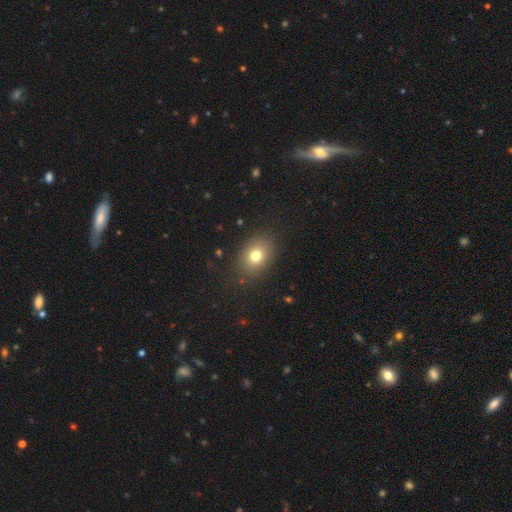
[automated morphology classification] Smooth or featured: smooth — 76% (featured or disk — 12%)
How rounded: in between — 68% (round — 31%)
Merging: none — 84% (minor disturbance — 11%)